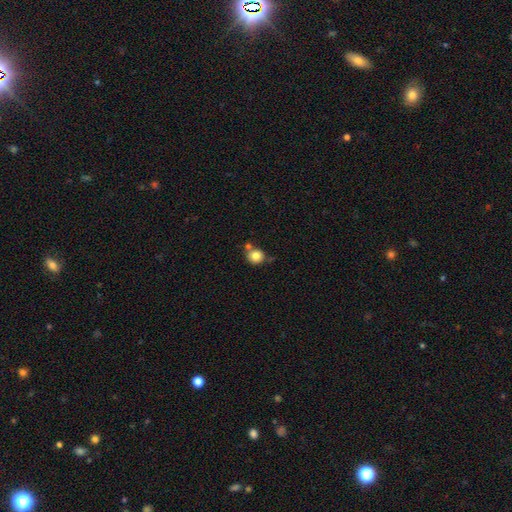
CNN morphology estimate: This is clearly a smooth galaxy (82%). How rounded: clearly round (85%). Merging: likely none (60%).